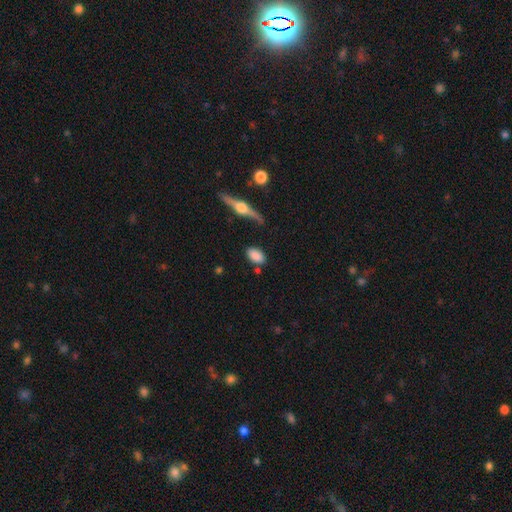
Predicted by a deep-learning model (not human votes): Smooth or featured?
  - smooth: 82% *
  - featured or disk: 11%
  - star or artifact: 7%
How rounded?
  - in between: 88% *
  - round: 9%
  - cigar-shaped: 4%
Merging?
  - none: 77% *
  - minor disturbance: 14%
  - merger: 5%
  - major disturbance: 4%